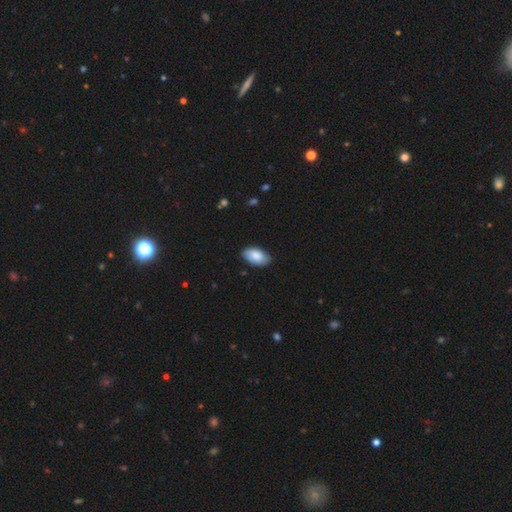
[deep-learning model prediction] Overall: smooth (85%). How rounded: in between (95%). Merging: none (84%).